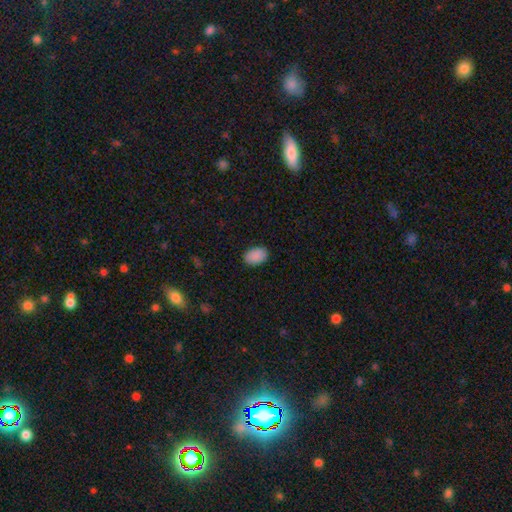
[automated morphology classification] Overall: smooth (89%). How rounded: in between (85%). Merging: none (89%).